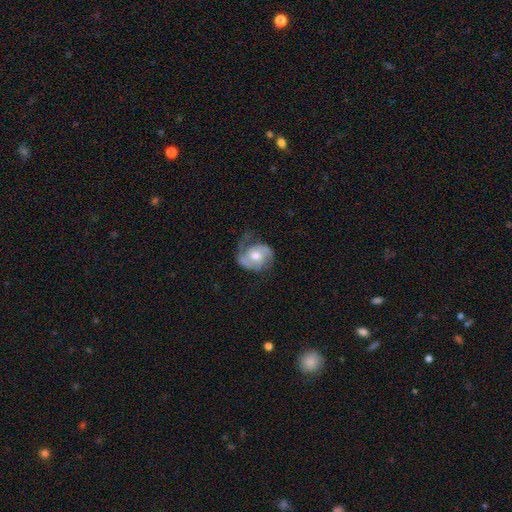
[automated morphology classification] This appears to be a featured or disk galaxy (81%) with no bar (68%), 2 (80%) medium (45%) spiral arms (94%) and a moderate central bulge (72%). Merging: none (57%).